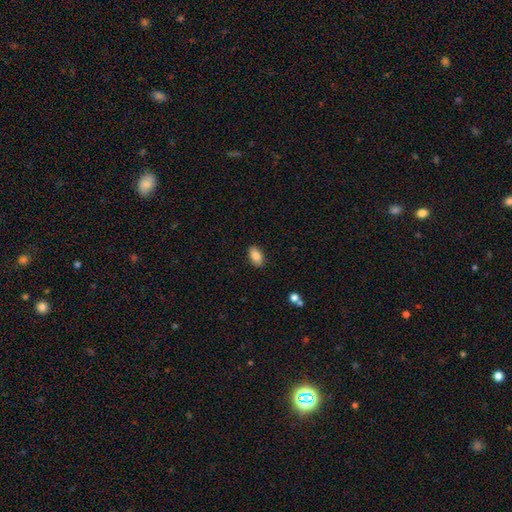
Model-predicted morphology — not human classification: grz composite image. It shows a smooth galaxy with no disk features (85%) that is in between round and cigar-shaped (92%). Merging: none (88%).